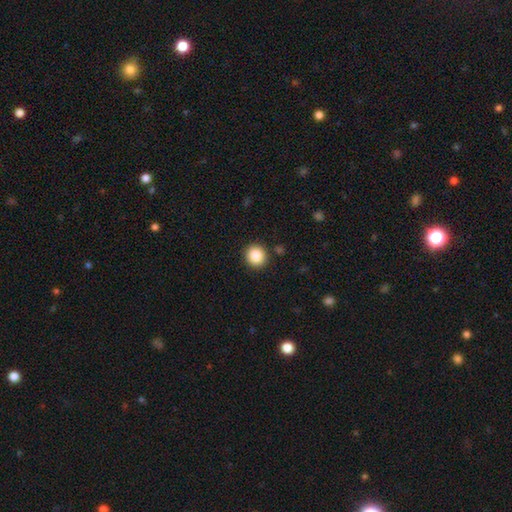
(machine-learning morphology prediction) smooth 86%, star or artifact 9%, featured or disk 4%. Down the decision tree: how rounded — round (93%); merging — none (91%).